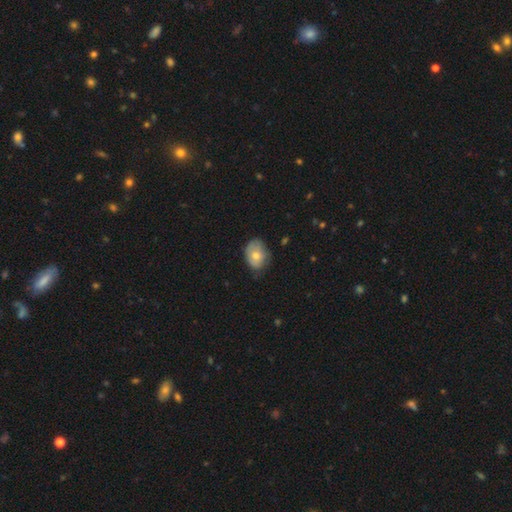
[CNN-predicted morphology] Smooth or featured?
  - smooth: 67% *
  - featured or disk: 25%
  - star or artifact: 8%
How rounded?
  - in between: 67% *
  - round: 32%
  - cigar-shaped: 1%
Merging?
  - none: 61% *
  - minor disturbance: 32%
  - major disturbance: 6%
  - merger: 1%